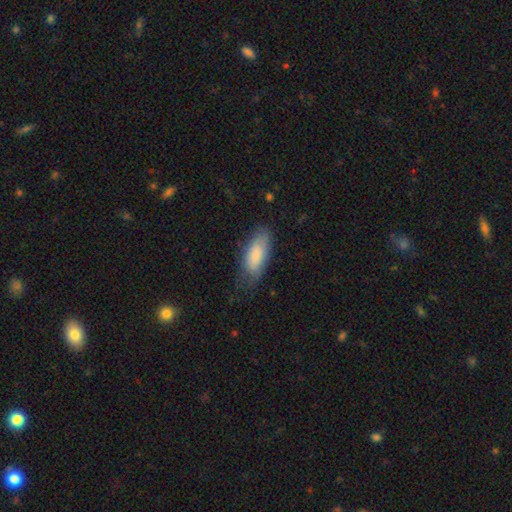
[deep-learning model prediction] The model was most divided on "merging": none: 67%, minor disturbance: 24%, major disturbance: 8%, merger: 1%. More confident: how rounded — in between (84%); smooth or featured — smooth (82%).